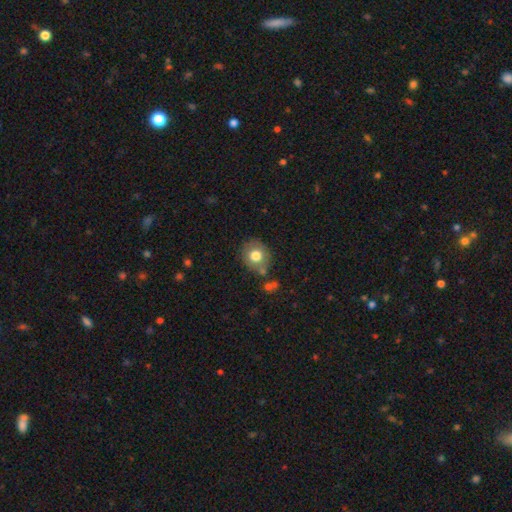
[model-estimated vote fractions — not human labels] The model was most divided on "smooth or featured": smooth: 74%, featured or disk: 17%, star or artifact: 9%. More confident: how rounded — round (79%); merging — none (75%).